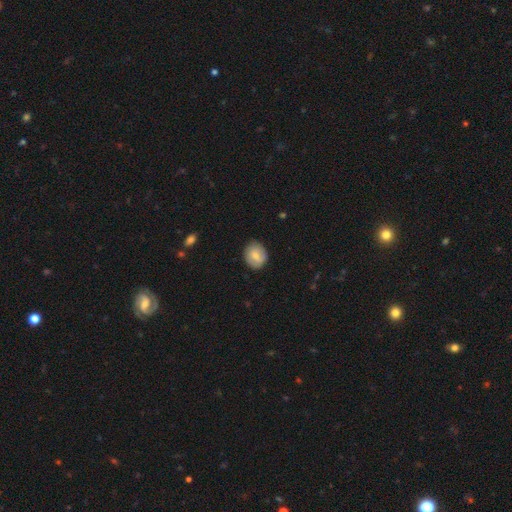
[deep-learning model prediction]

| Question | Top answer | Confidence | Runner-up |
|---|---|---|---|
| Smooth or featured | smooth | 70% | featured or disk (23%) |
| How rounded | round | 66% | in between (32%) |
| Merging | none | 82% | minor disturbance (14%) |